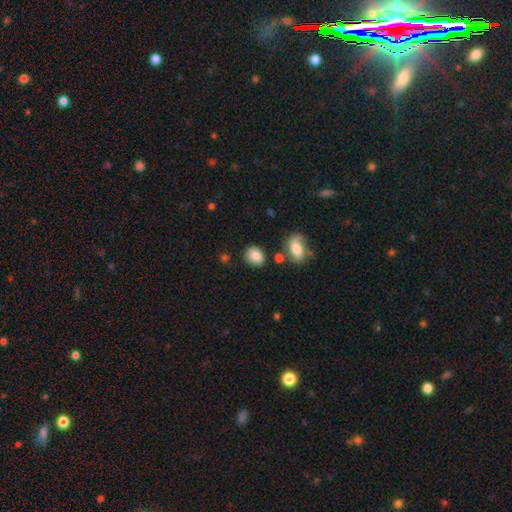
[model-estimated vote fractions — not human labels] This is clearly a smooth galaxy (85%). How rounded: possibly in between (52%). Merging: likely none (74%).